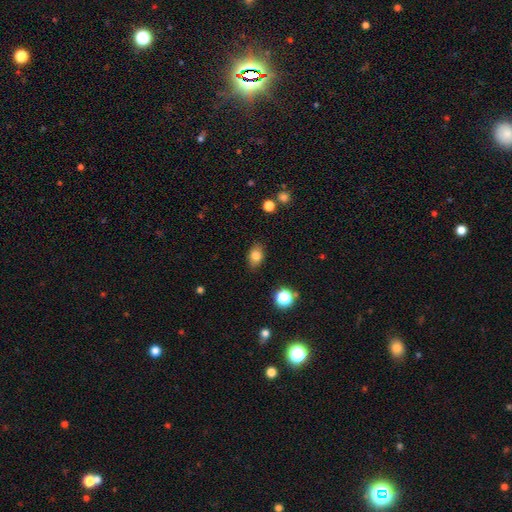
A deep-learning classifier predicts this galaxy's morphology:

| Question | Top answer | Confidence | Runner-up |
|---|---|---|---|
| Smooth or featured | smooth | 82% | star or artifact (10%) |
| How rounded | in between | 77% | round (21%) |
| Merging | none | 83% | minor disturbance (12%) |